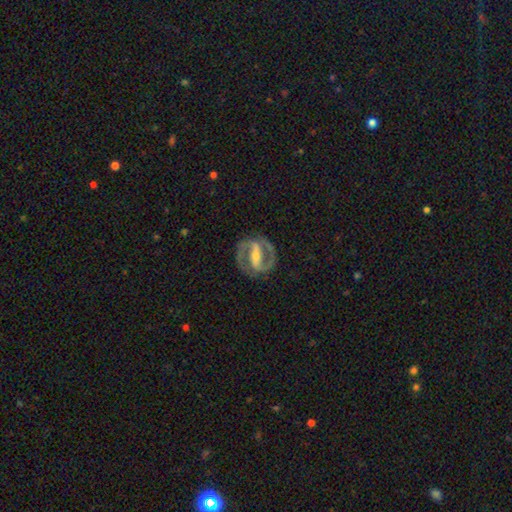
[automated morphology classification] Overall: featured or disk (89%). Edge-on disk: no (96%). Bar: strong (73%). Spiral arms: yes (92%). Spiral arm count: 2 (92%). Spiral winding: medium (53%; tight 35%). Bulge size: moderate (46%; small 43%). Merging: none (83%).